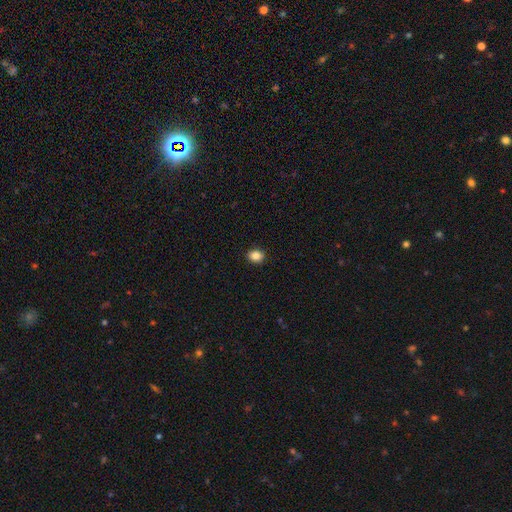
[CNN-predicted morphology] Q: Smooth or featured?
A: smooth (86%); runner-up: star or artifact (10%)
Q: How rounded?
A: round (58%); runner-up: in between (41%)
Q: Merging?
A: none (92%); runner-up: minor disturbance (6%)